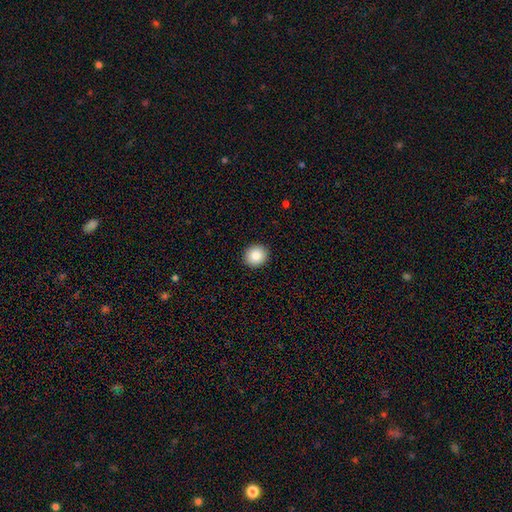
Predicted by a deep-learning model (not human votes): Smooth or featured? Predicted: smooth (p=0.86). How rounded? Predicted: round (p=0.86). Merging? Predicted: none (p=0.92).